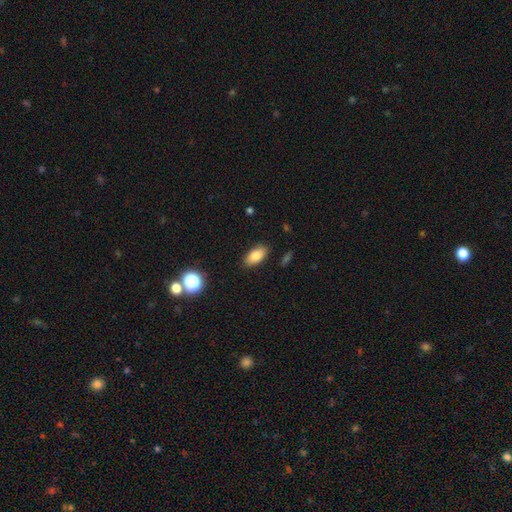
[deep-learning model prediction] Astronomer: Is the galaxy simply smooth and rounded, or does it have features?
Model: smooth — 83%.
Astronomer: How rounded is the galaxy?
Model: in between — 90%.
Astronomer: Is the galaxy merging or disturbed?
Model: none — 86%.